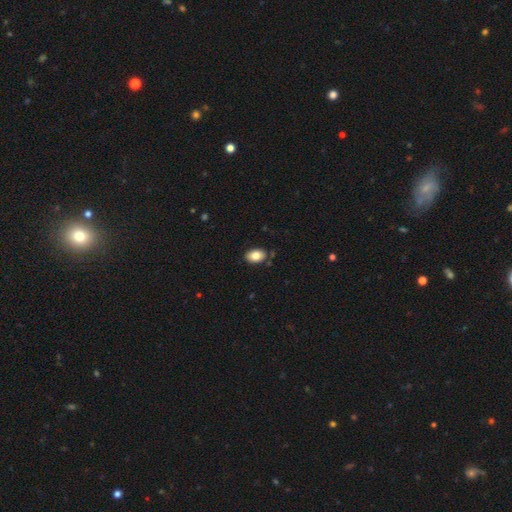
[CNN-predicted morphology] A smooth galaxy with no disk features (83%) that is in between round and cigar-shaped (86%).

Vote fractions:
- Smooth or featured? smooth: 83% / featured or disk: 9% / star or artifact: 8%
- How rounded? in between: 86% / round: 12% / cigar-shaped: 1%
- Merging? none: 84% / minor disturbance: 11% / merger: 3% / major disturbance: 2%